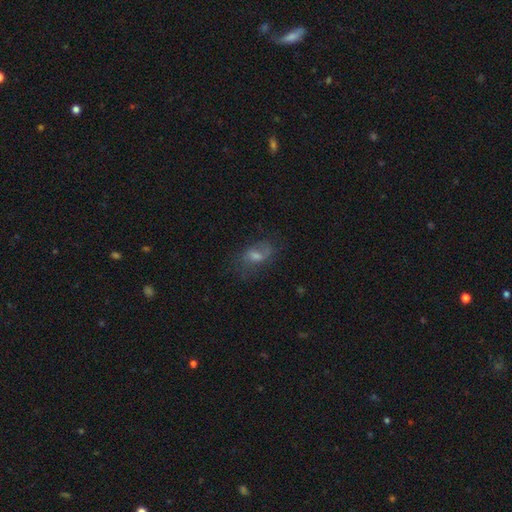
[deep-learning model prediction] A featured or disk galaxy (48%).

Vote fractions:
- Smooth or featured? featured or disk: 48% / smooth: 35% / star or artifact: 17%
- Merging? none: 60% / minor disturbance: 22% / major disturbance: 16% / merger: 2%